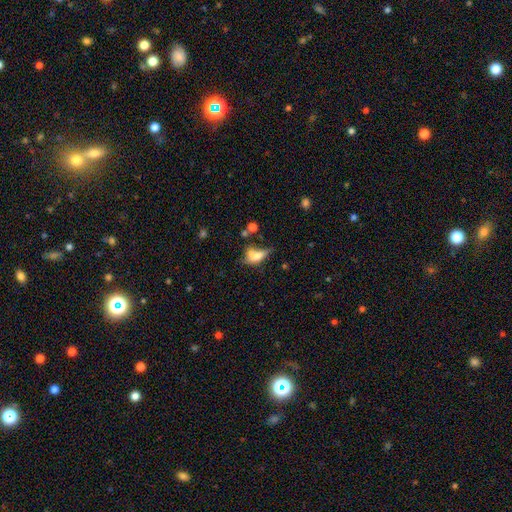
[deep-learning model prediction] A smooth galaxy with no disk features (62%) that is in between round and cigar-shaped (77%). Merging: major disturbance (28%).